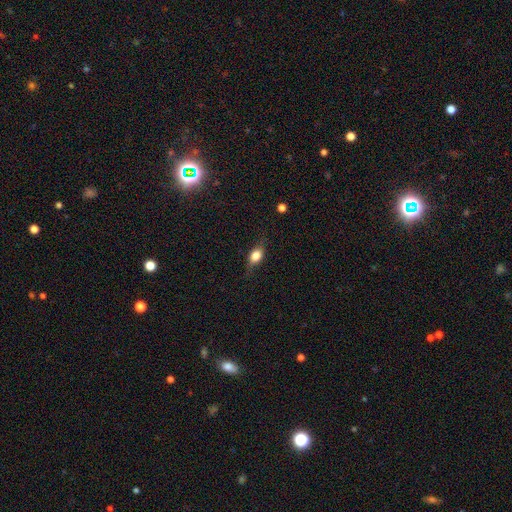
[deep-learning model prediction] smooth-or-featured: smooth: 71% | featured or disk: 19% | star or artifact: 10%
  how-rounded: in between: 69% | round: 23% | cigar-shaped: 8%
  merging: none: 73% | minor disturbance: 20% | major disturbance: 6% | merger: 1%